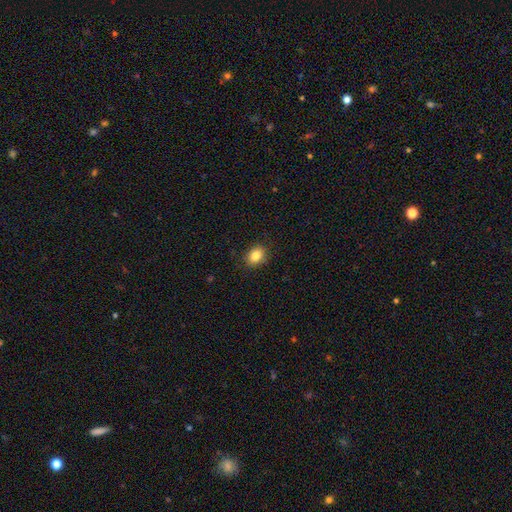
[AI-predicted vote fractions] Smooth or featured: smooth — 85% (star or artifact — 9%)
How rounded: in between — 62% (round — 37%)
Merging: none — 87% (minor disturbance — 9%)